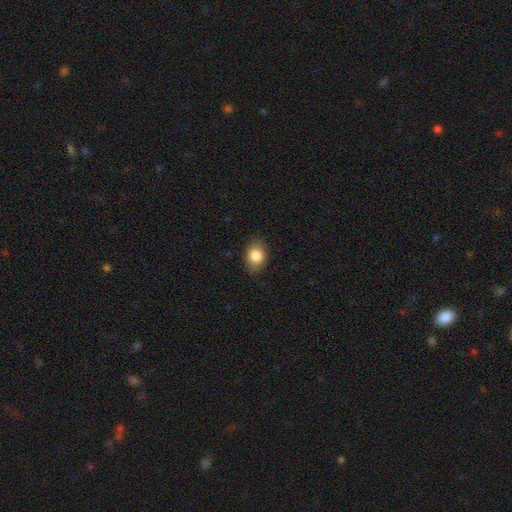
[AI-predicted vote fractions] smooth_or_featured: smooth (p=0.85) [alt: star or artifact p=0.08]
how_rounded: in between (p=0.63) [alt: round p=0.36]
merging: none (p=0.84) [alt: minor disturbance p=0.12]